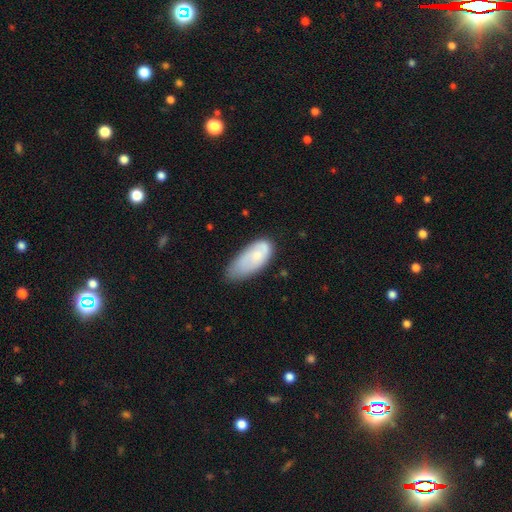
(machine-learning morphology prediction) Smooth or featured: smooth — 67% (featured or disk — 27%)
How rounded: in between — 85% (cigar-shaped — 12%)
Merging: minor disturbance — 42% (none — 41%)